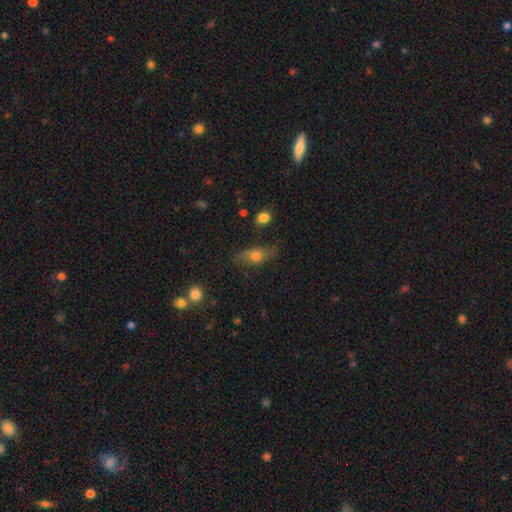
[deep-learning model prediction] Q: Smooth or featured?
A: smooth (56%); runner-up: featured or disk (33%)
Q: How rounded?
A: in between (66%); runner-up: cigar-shaped (24%)
Q: Merging?
A: none (66%); runner-up: minor disturbance (23%)